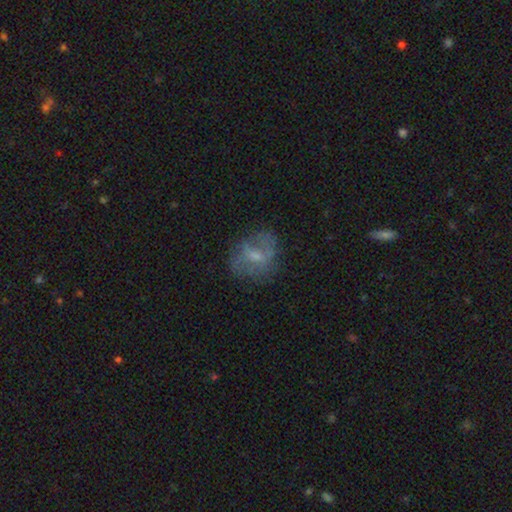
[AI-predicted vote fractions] A featured or disk galaxy (49%).

Vote fractions:
- Smooth or featured? featured or disk: 49% / smooth: 41% / star or artifact: 10%
- Merging? none: 63% / minor disturbance: 21% / major disturbance: 15% / merger: 2%